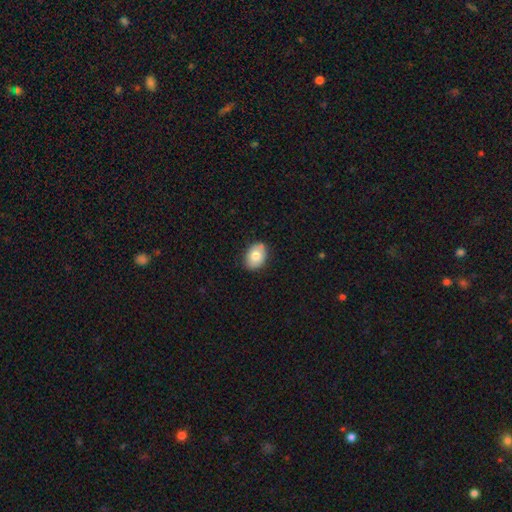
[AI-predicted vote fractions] A smooth galaxy with no disk features (81%) that is in between round and cigar-shaped (79%).

Vote fractions:
- Smooth or featured? smooth: 81% / featured or disk: 12% / star or artifact: 7%
- How rounded? in between: 79% / round: 20% / cigar-shaped: 1%
- Merging? none: 85% / minor disturbance: 12% / major disturbance: 2% / merger: 1%